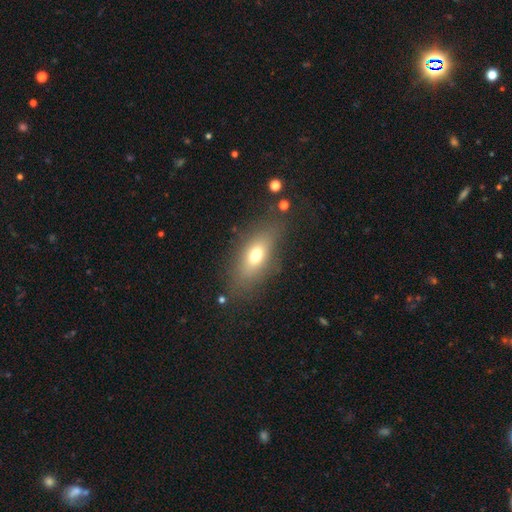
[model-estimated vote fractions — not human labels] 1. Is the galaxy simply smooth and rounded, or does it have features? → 63% smooth, 23% featured or disk, 13% star or artifact.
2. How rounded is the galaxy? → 74% in between, 18% cigar-shaped, 7% round.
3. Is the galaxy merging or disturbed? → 77% none, 14% minor disturbance, 5% major disturbance, 3% merger.